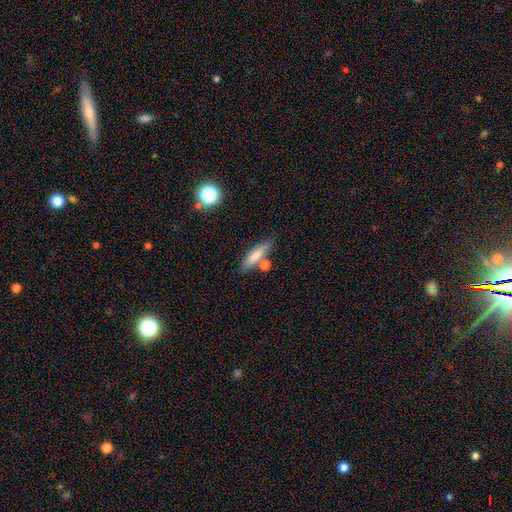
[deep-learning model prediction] This appears to be a smooth galaxy with no disk features (76%) that is cigar-shaped (67%). Merging: none (67%).